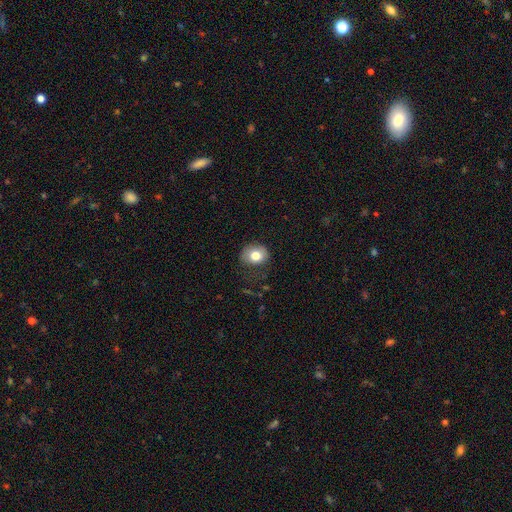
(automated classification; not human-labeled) The model was most divided on "how rounded": round: 58%, in between: 41%, cigar-shaped: 1%. More confident: smooth or featured — smooth (77%); merging — none (70%).